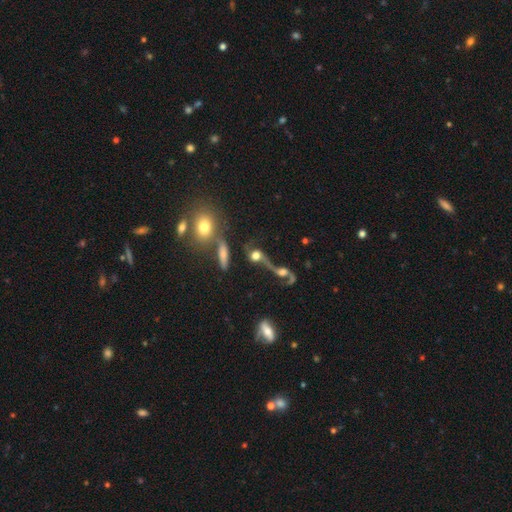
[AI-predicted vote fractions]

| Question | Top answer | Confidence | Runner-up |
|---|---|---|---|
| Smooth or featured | smooth | 44% | featured or disk (40%) |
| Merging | merger | 46% | none (25%) |